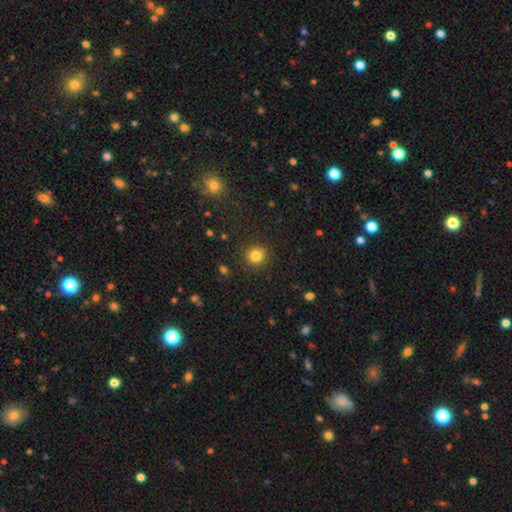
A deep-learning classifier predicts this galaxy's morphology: Smooth or featured? smooth (82%)
How rounded? round (91%)
Merging? none (87%)